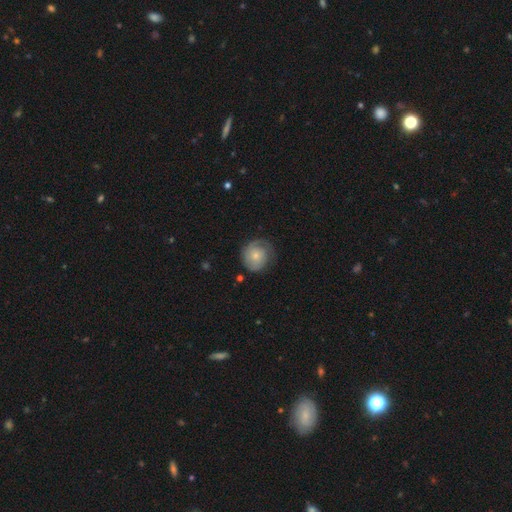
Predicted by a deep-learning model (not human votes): A featured or disk galaxy (51%).

Vote fractions:
- Smooth or featured? featured or disk: 51% / smooth: 43% / star or artifact: 7%
- Edge-on disk? no: 98% / yes: 2%
- Merging? none: 68% / minor disturbance: 22% / major disturbance: 9% / merger: 1%